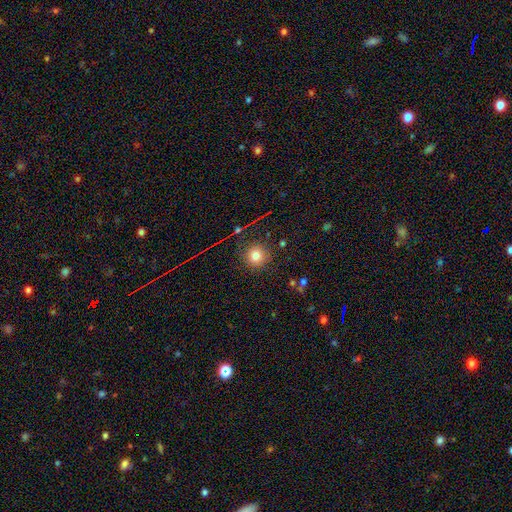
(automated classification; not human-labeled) This is likely a smooth galaxy (78%). How rounded: clearly round (94%). Merging: clearly none (86%).